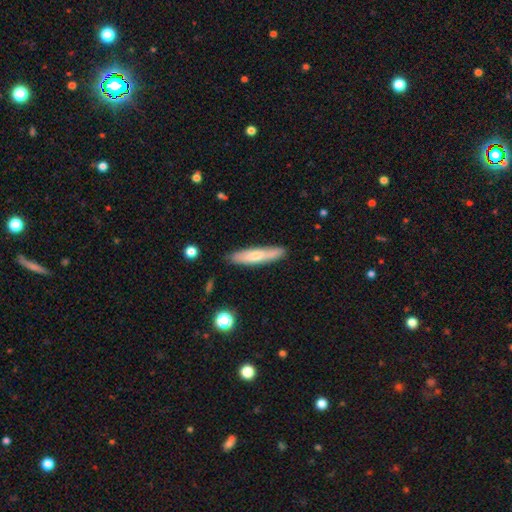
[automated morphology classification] smooth 62%, featured or disk 32%, star or artifact 6%. Down the decision tree: how rounded — cigar-shaped (84%); merging — none (85%).